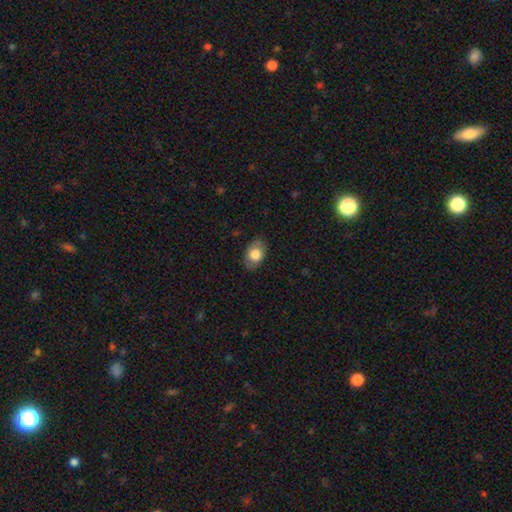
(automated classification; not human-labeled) Q: Smooth or featured?
A: smooth (76%); runner-up: featured or disk (17%)
Q: How rounded?
A: in between (84%); runner-up: round (15%)
Q: Merging?
A: none (83%); runner-up: minor disturbance (13%)